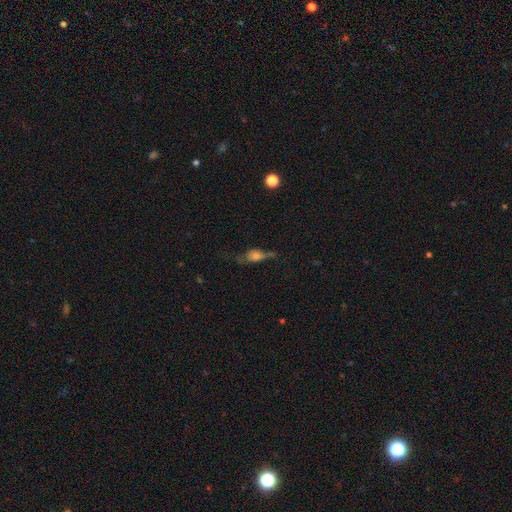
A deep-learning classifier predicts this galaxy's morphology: Smooth or featured: smooth — 51% (featured or disk — 37%)
How rounded: in between — 63% (cigar-shaped — 23%)
Merging: none — 40% (minor disturbance — 28%)